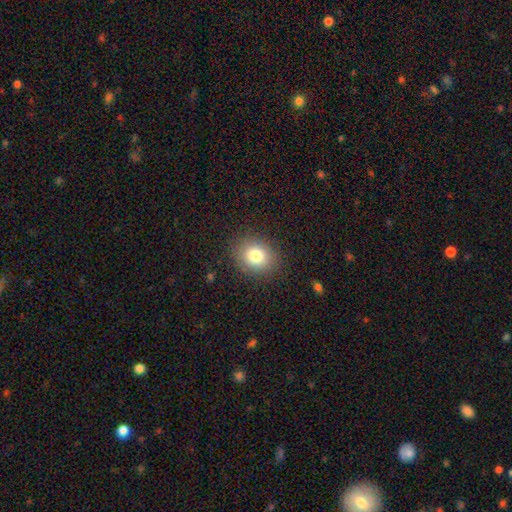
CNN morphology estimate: Smooth or featured? Predicted: smooth (p=0.79). How rounded? Predicted: round (p=0.64). Merging? Predicted: none (p=0.87).